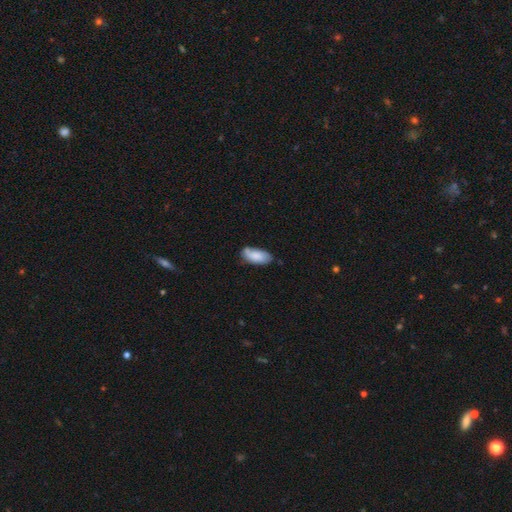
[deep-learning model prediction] This appears to be a smooth galaxy with no disk features (77%) that is in between round and cigar-shaped (88%). Merging: none (65%).